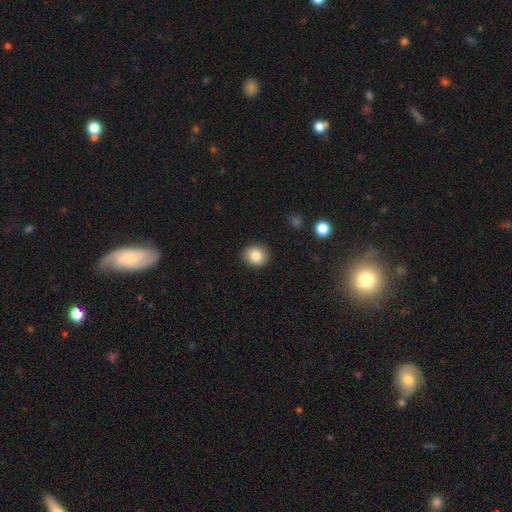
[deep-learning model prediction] Smooth or featured: smooth — 84% (star or artifact — 9%)
How rounded: round — 82% (in between — 17%)
Merging: none — 90% (minor disturbance — 7%)